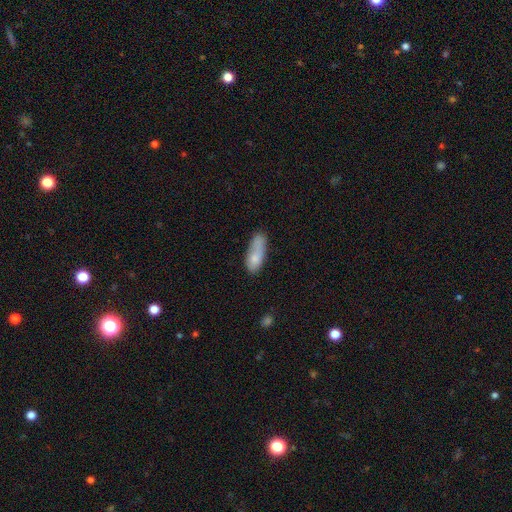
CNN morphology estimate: smooth 75%, featured or disk 17%, star or artifact 8%. Down the decision tree: how rounded — in between (66%); merging — none (40%).